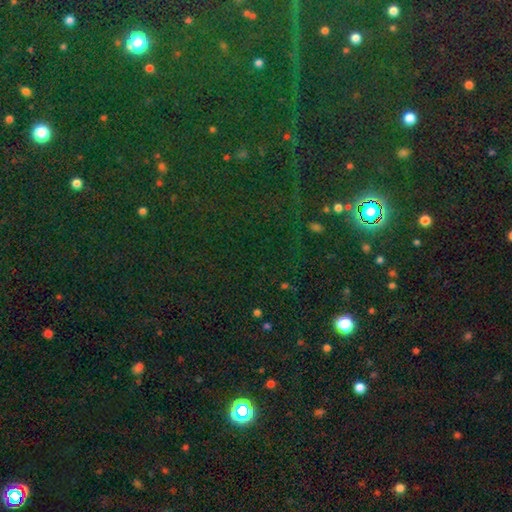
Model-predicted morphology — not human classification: Q: Smooth or featured?
A: star or artifact (81%); runner-up: smooth (12%)